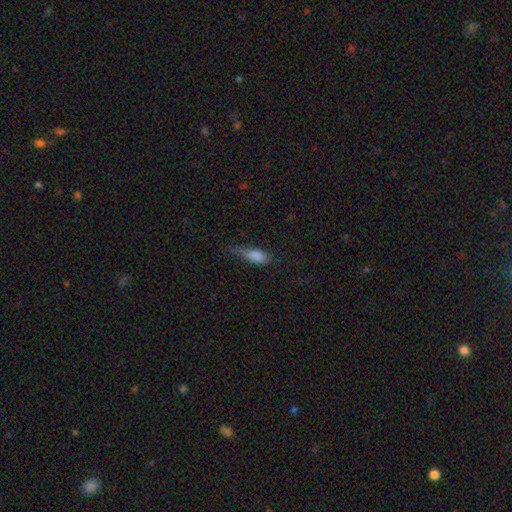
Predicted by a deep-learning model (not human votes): This is clearly a smooth galaxy (81%). How rounded: likely in between (66%). Merging: marginally minor disturbance (42%).